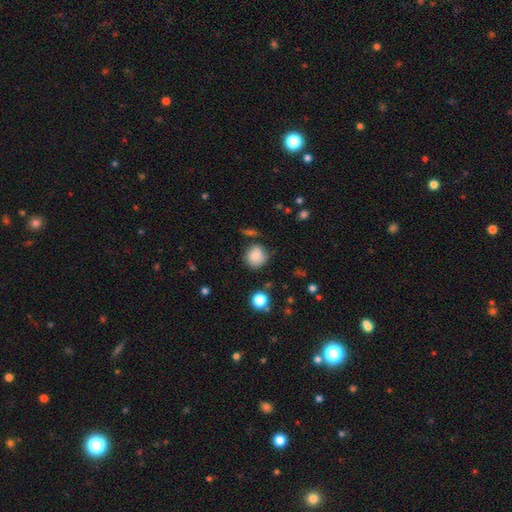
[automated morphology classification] smooth 82%, star or artifact 9%, featured or disk 8%. Down the decision tree: how rounded — round (85%); merging — none (70%).